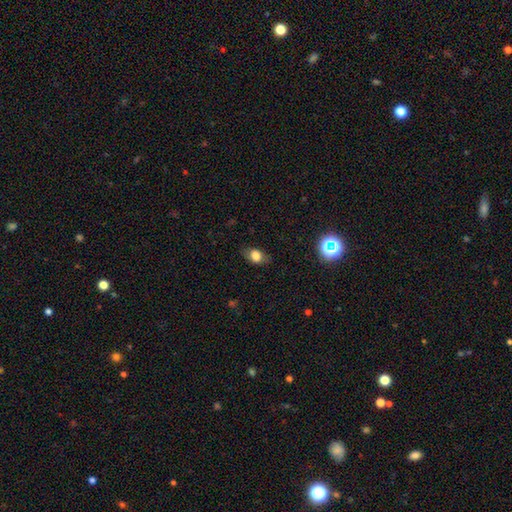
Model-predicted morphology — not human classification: A smooth galaxy with no disk features (75%) that is in between round and cigar-shaped (82%).

Vote fractions:
- Smooth or featured? smooth: 75% / featured or disk: 14% / star or artifact: 10%
- How rounded? in between: 82% / round: 15% / cigar-shaped: 3%
- Merging? none: 79% / minor disturbance: 15% / major disturbance: 4% / merger: 1%